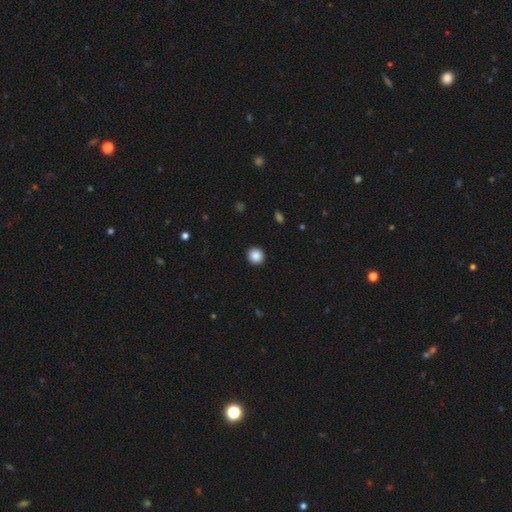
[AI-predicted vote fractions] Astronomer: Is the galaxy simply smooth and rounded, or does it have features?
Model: smooth — 88%.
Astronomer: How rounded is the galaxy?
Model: round — 93%.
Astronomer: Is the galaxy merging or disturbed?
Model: none — 93%.